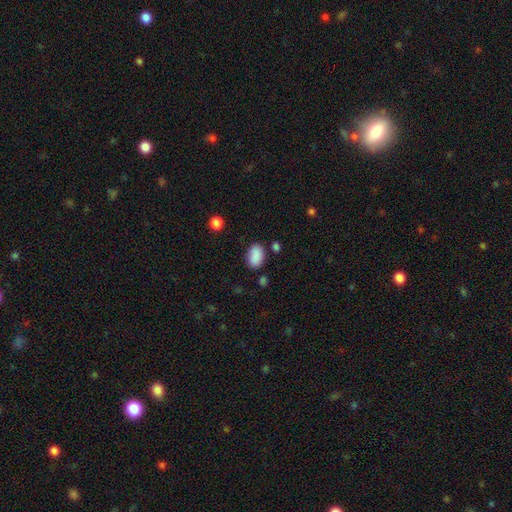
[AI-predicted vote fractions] Q: Smooth or featured?
A: smooth (89%); runner-up: star or artifact (8%)
Q: How rounded?
A: in between (89%); runner-up: round (9%)
Q: Merging?
A: none (80%); runner-up: minor disturbance (13%)